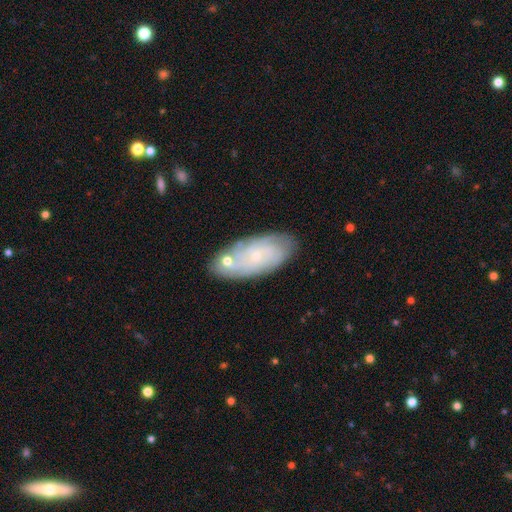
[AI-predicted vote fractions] A featured or disk galaxy (61%) with no bar (83%), spiral arms (78%) and a small central bulge (84%). Merging: none (73%).